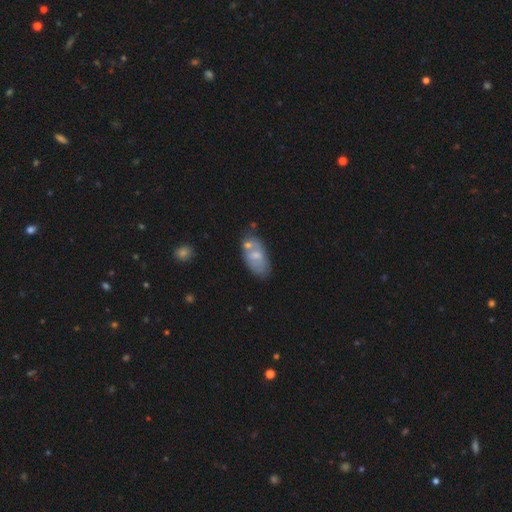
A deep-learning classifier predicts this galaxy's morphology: Smooth or featured?
  - smooth: 53% *
  - featured or disk: 39%
  - star or artifact: 7%
How rounded?
  - in between: 92% *
  - cigar-shaped: 4%
  - round: 4%
Merging?
  - none: 51% *
  - minor disturbance: 22%
  - merger: 20%
  - major disturbance: 7%